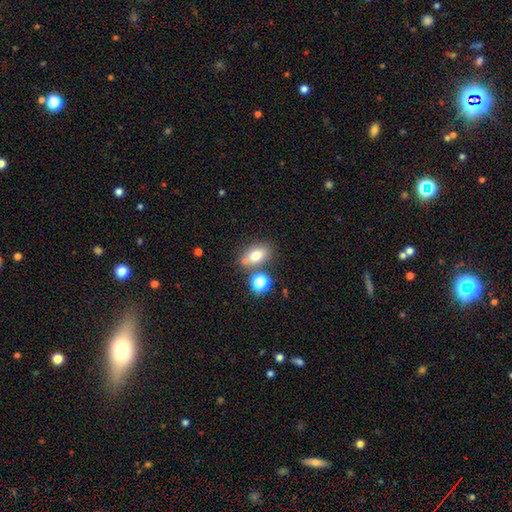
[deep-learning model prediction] A smooth galaxy with no disk features (76%) that is in between round and cigar-shaped (74%).

Vote fractions:
- Smooth or featured? smooth: 76% / star or artifact: 13% / featured or disk: 11%
- How rounded? in between: 74% / round: 24% / cigar-shaped: 2%
- Merging? none: 64% / merger: 19% / minor disturbance: 13% / major disturbance: 4%